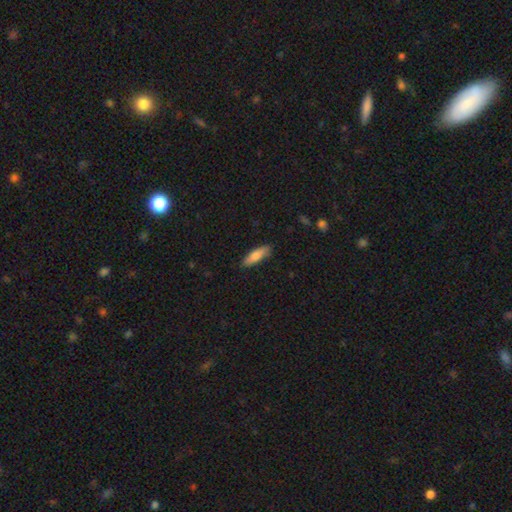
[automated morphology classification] The model was most divided on "how rounded": cigar-shaped: 58%, in between: 40%, round: 2%. More confident: merging — none (84%); smooth or featured — smooth (82%).